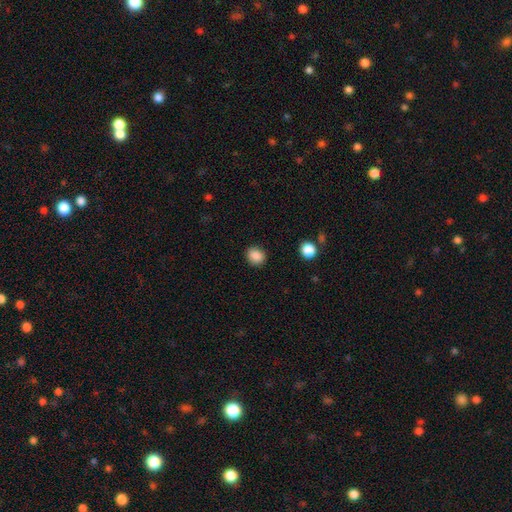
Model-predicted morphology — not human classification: smooth-or-featured: smooth: 88% | star or artifact: 9% | featured or disk: 3%
  how-rounded: round: 68% | in between: 31% | cigar-shaped: 1%
  merging: none: 89% | minor disturbance: 7% | major disturbance: 2% | merger: 1%